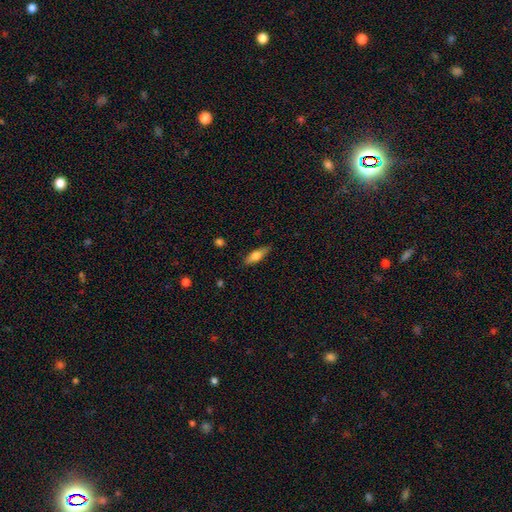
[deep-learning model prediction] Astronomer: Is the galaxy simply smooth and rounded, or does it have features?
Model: smooth — 70%.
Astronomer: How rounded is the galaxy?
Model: in between — 53% (runner-up: cigar-shaped, 45%).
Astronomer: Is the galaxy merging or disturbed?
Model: none — 84%.